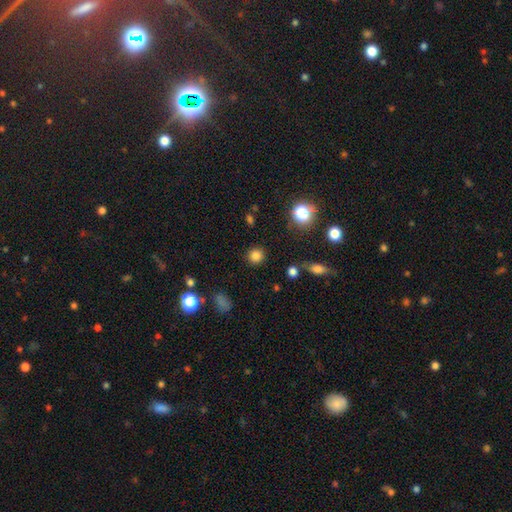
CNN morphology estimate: The model was most divided on "smooth or featured": smooth: 82%, star or artifact: 13%, featured or disk: 5%. More confident: how rounded — round (91%); merging — none (89%).